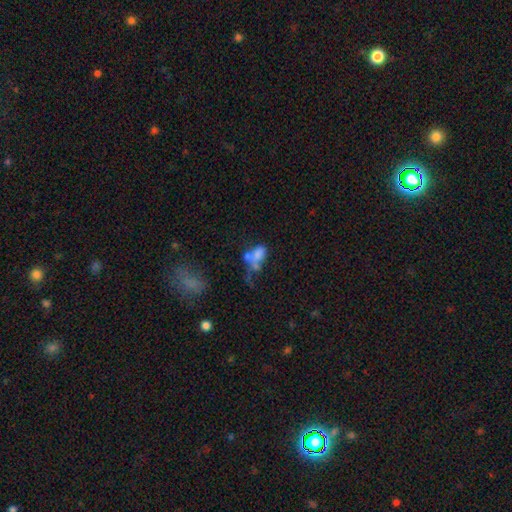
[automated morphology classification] smooth 59%, featured or disk 28%, star or artifact 13%. Down the decision tree: how rounded — in between (83%); merging — merger (45%).